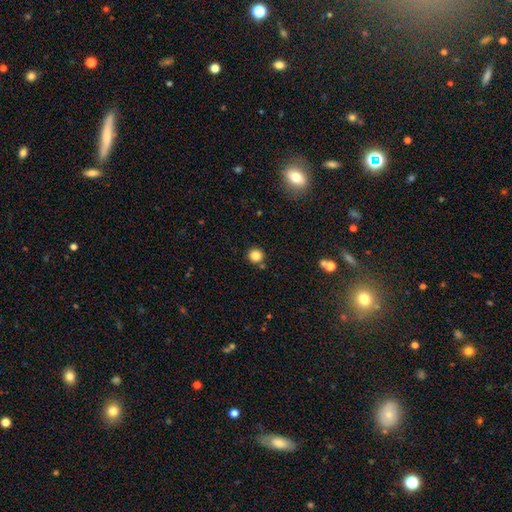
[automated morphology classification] smooth_or_featured: smooth (p=0.84) [alt: star or artifact p=0.12]
how_rounded: round (p=0.92) [alt: in between p=0.07]
merging: none (p=0.84) [alt: minor disturbance p=0.07]